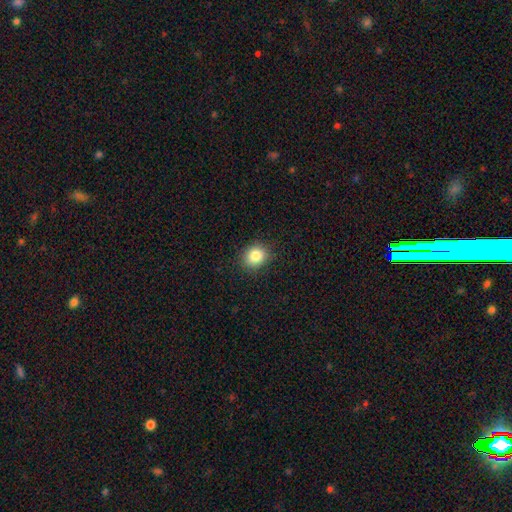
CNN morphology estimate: smooth_or_featured: smooth (p=0.84) [alt: star or artifact p=0.10]
how_rounded: round (p=0.69) [alt: in between p=0.30]
merging: none (p=0.88) [alt: minor disturbance p=0.09]